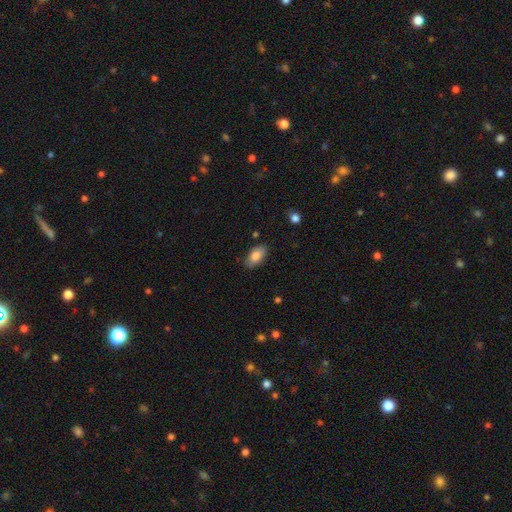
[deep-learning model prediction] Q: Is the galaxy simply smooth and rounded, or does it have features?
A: smooth — 82%.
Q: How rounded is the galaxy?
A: in between — 93%.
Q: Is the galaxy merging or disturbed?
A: none — 83%.